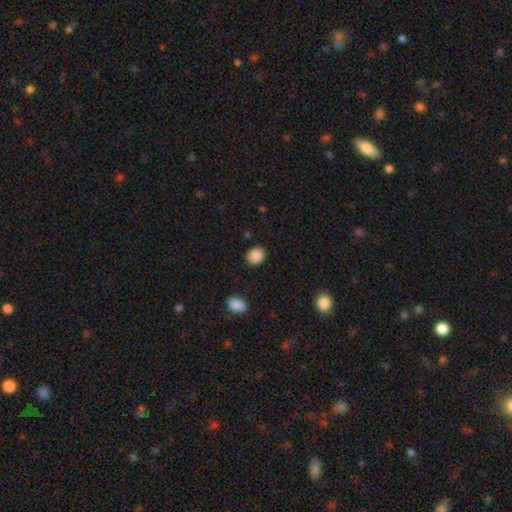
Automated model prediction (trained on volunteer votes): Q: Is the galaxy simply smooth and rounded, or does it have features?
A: smooth — 88%.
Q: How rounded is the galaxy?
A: round — 70%.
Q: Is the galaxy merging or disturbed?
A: none — 88%.